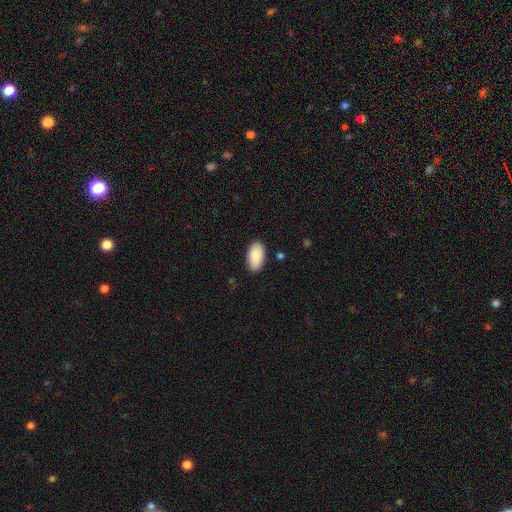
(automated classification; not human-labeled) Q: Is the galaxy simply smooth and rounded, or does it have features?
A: smooth — 90%.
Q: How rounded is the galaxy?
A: in between — 95%.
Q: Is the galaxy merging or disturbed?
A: none — 87%.